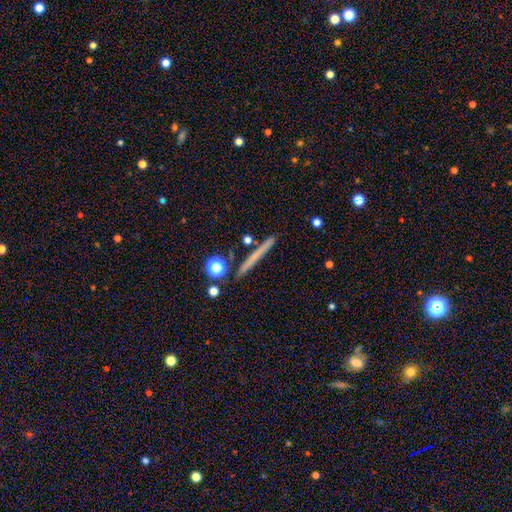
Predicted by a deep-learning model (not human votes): Smooth or featured? smooth (53%)
How rounded? cigar-shaped (92%)
Merging? none (88%)